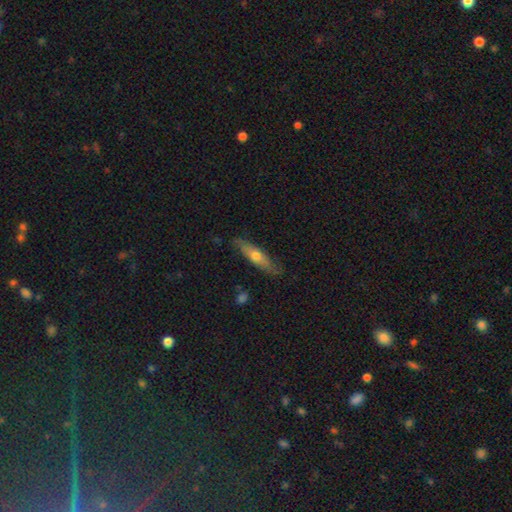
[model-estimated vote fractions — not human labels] Smooth or featured? Predicted: featured or disk (p=0.48). Merging? Predicted: none (p=0.80).